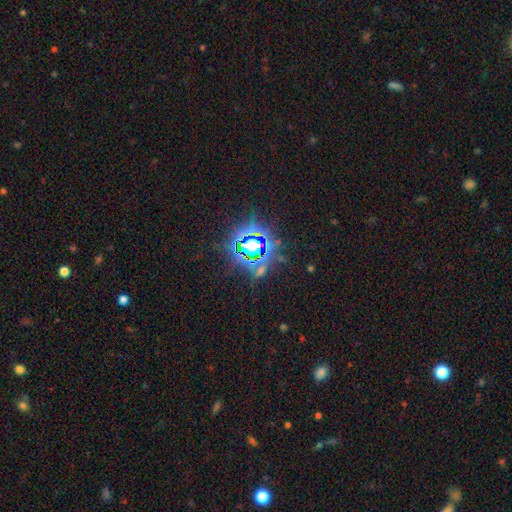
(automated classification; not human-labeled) smooth-or-featured: star or artifact: 82% | smooth: 11% | featured or disk: 7%